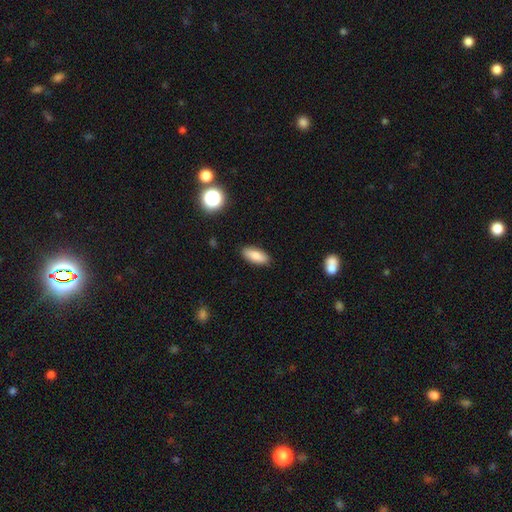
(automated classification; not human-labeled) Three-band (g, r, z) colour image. It shows a smooth galaxy with no disk features (85%) that is in between round and cigar-shaped (80%). Merging: none (88%).